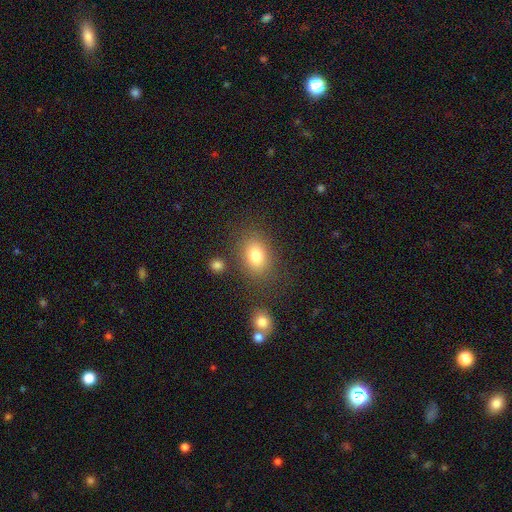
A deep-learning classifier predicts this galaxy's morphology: Smooth or featured? smooth (80%)
How rounded? in between (73%)
Merging? none (77%)